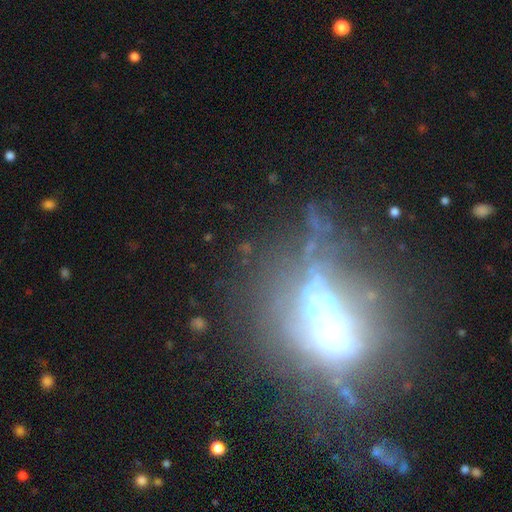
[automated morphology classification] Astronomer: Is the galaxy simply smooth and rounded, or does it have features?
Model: featured or disk — 62%.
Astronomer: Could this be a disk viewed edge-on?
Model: no — 54% (runner-up: yes, 46%).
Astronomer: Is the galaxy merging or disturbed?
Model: none — 47% (runner-up: major disturbance, 27%).